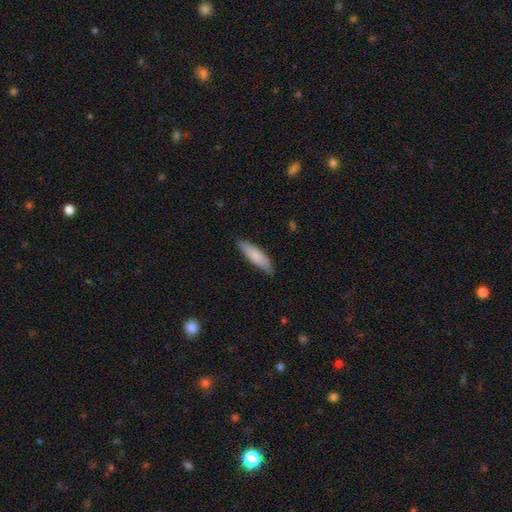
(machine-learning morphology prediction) Smooth or featured? Predicted: smooth (p=0.81). How rounded? Predicted: cigar-shaped (p=0.63). Merging? Predicted: none (p=0.84).